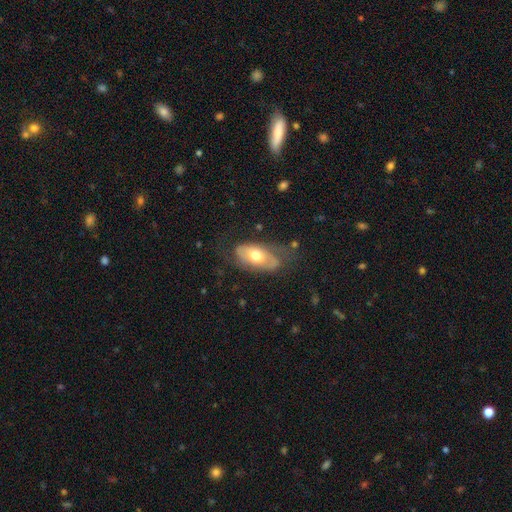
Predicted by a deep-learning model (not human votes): Smooth or featured? smooth (47%)
Merging? none (56%)